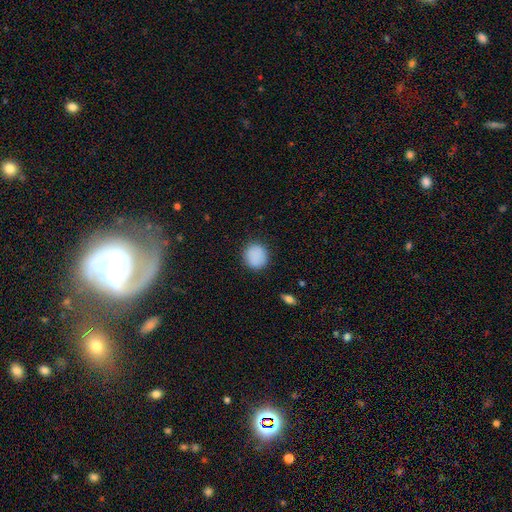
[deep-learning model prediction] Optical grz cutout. It shows a smooth galaxy with no disk features (88%) that is round (88%). Merging: none (88%).